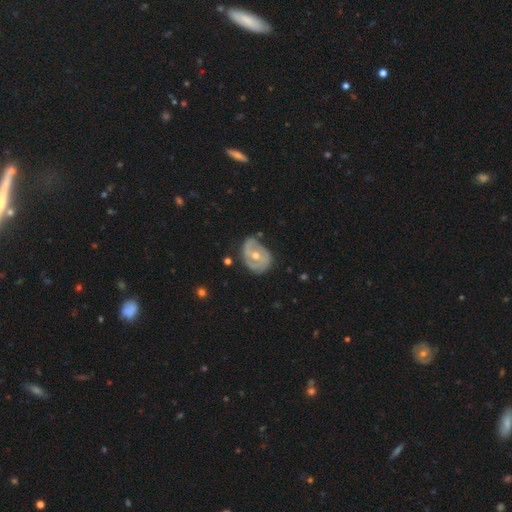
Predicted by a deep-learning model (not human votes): This is likely a featured or disk galaxy (71%). It is clearly not viewed edge-on (96%). Bar: likely no (61%). Spiral arm pattern: likely yes (72%). Central bulge: likely moderate (68%). Merging: possibly none (52%).